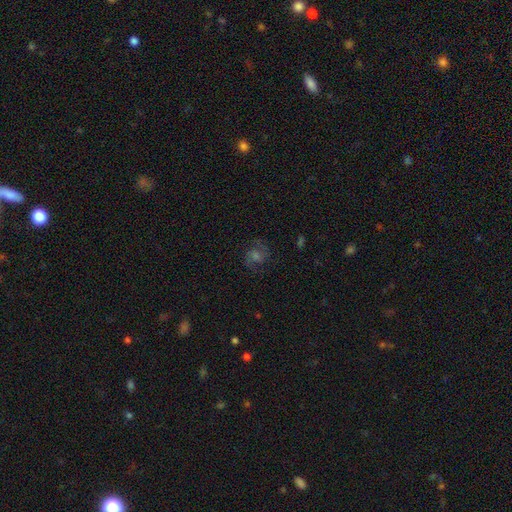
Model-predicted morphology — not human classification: Q: Smooth or featured?
A: featured or disk (65%); runner-up: star or artifact (18%)
Q: Edge-on disk?
A: no (97%); runner-up: yes (3%)
Q: Bar?
A: no (52%); runner-up: weak (40%)
Q: Spiral arms?
A: yes (94%); runner-up: no (6%)
Q: Spiral winding?
A: medium (56%); runner-up: tight (23%)
Q: Spiral arm count?
A: 2 (86%); runner-up: can't tell (7%)
Q: Bulge size?
A: moderate (42%); runner-up: small (33%)
Q: Merging?
A: none (79%); runner-up: minor disturbance (12%)